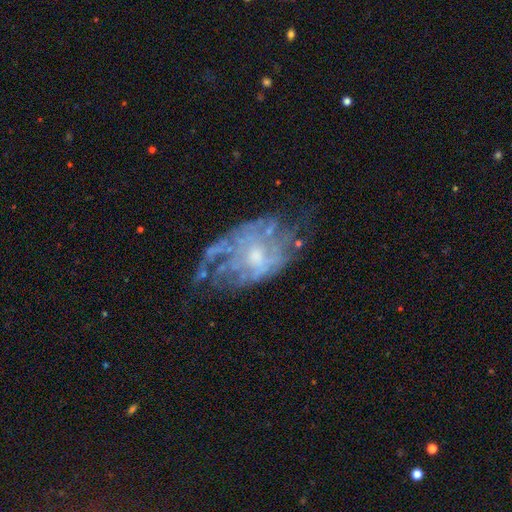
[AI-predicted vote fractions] Morphology: type=featured or disk (76%); edge-on=no (96%); bar=no (76%); spiral arms=yes (58%); bulge=moderate (46%); merging=none (45%).